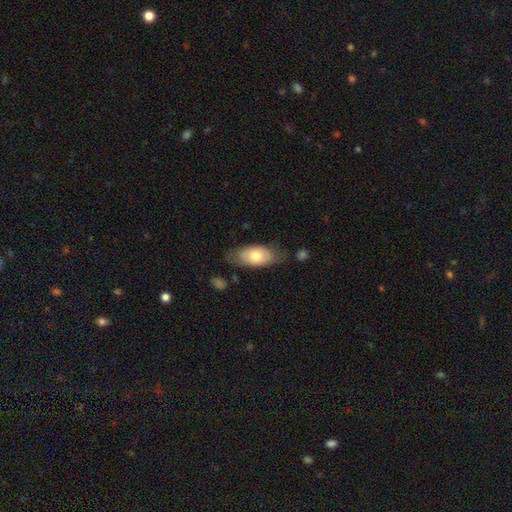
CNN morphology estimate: A smooth galaxy with no disk features (67%) that is in between round and cigar-shaped (90%).

Vote fractions:
- Smooth or featured? smooth: 67% / featured or disk: 27% / star or artifact: 6%
- How rounded? in between: 90% / cigar-shaped: 6% / round: 4%
- Merging? none: 68% / minor disturbance: 22% / major disturbance: 7% / merger: 3%